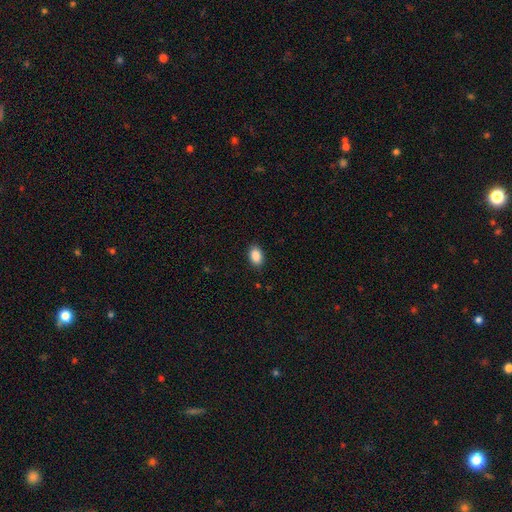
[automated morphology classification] This is clearly a smooth galaxy (89%). How rounded: clearly in between (89%). Merging: clearly none (87%).